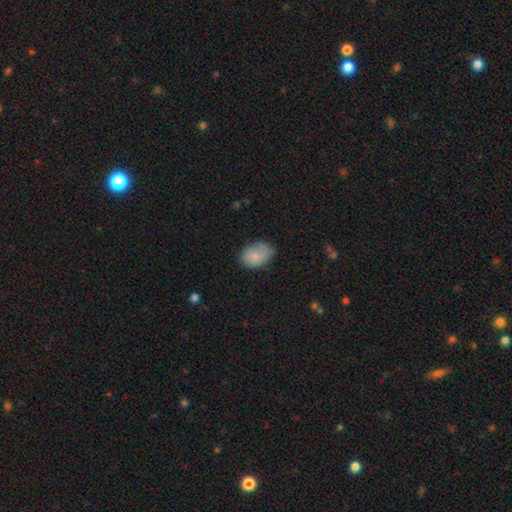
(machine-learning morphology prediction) This appears to be a smooth galaxy with no disk features (79%) that is in between round and cigar-shaped (74%). Merging: none (58%).